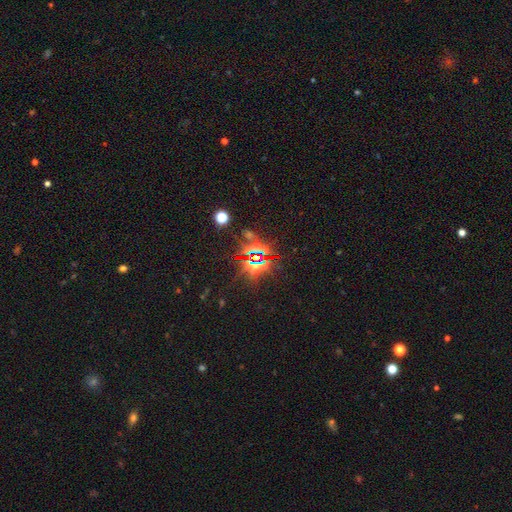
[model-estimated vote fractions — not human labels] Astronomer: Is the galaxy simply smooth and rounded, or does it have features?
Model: star or artifact — 76%.